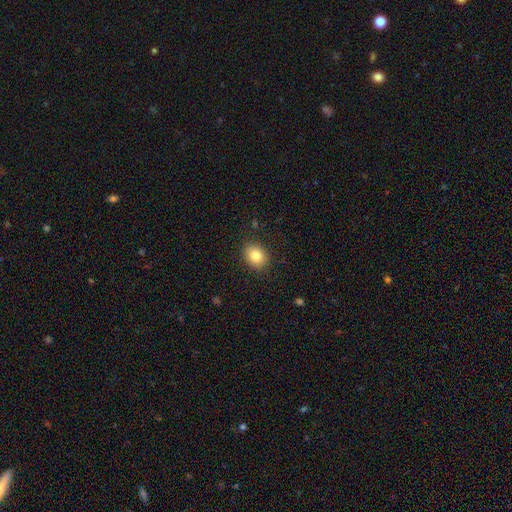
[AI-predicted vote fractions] Smooth or featured? Predicted: smooth (p=0.83). How rounded? Predicted: in between (p=0.57). Merging? Predicted: none (p=0.87).